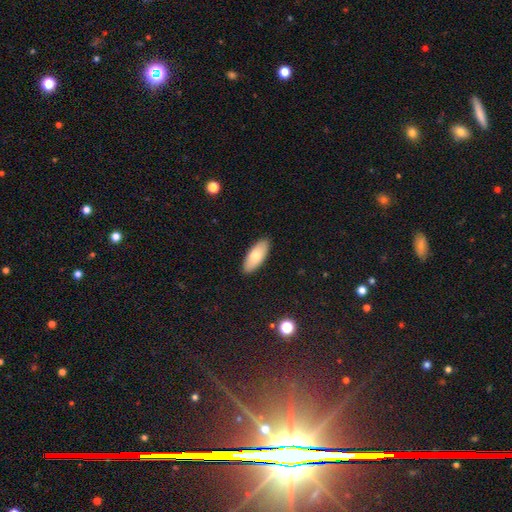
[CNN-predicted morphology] This is likely a smooth galaxy (77%). How rounded: clearly in between (84%). Merging: clearly none (89%).